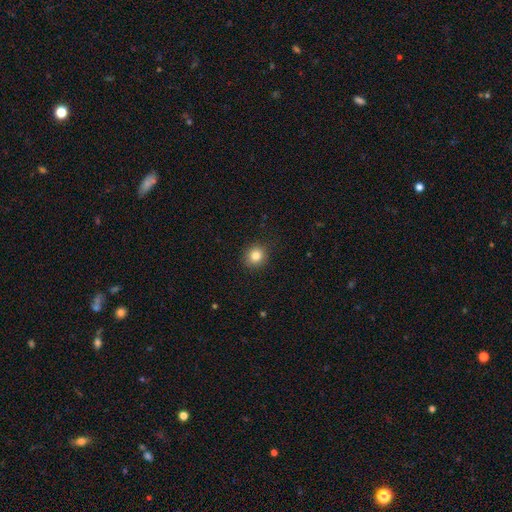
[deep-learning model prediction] smooth-or-featured: smooth: 83% | star or artifact: 11% | featured or disk: 6%
  how-rounded: round: 86% | in between: 13% | cigar-shaped: 1%
  merging: none: 89% | minor disturbance: 7% | major disturbance: 2% | merger: 1%